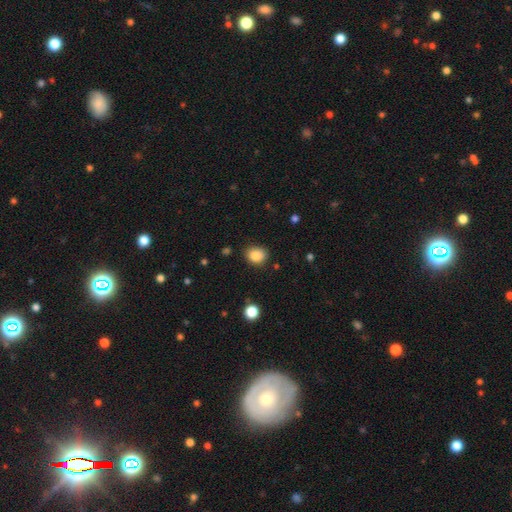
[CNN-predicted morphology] Q: Smooth or featured?
A: smooth (85%); runner-up: star or artifact (10%)
Q: How rounded?
A: round (57%); runner-up: in between (42%)
Q: Merging?
A: none (84%); runner-up: minor disturbance (12%)